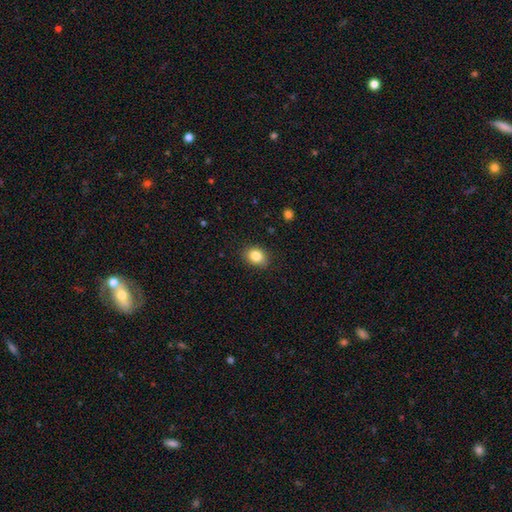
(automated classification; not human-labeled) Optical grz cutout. It shows a smooth galaxy with no disk features (84%) that is in between round and cigar-shaped (57%). Merging: none (87%).